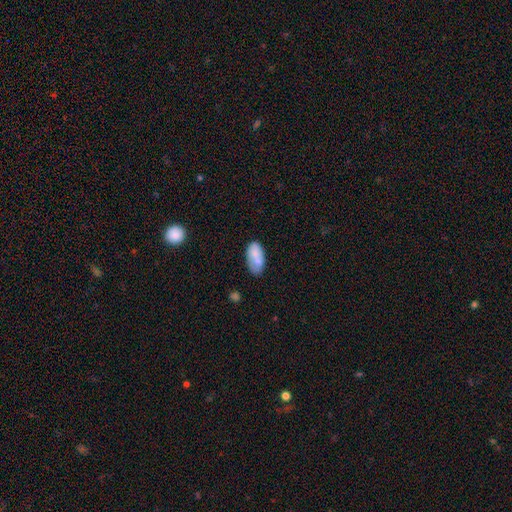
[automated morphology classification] A smooth galaxy with no disk features (71%) that is in between round and cigar-shaped (93%). Merging: none (57%).